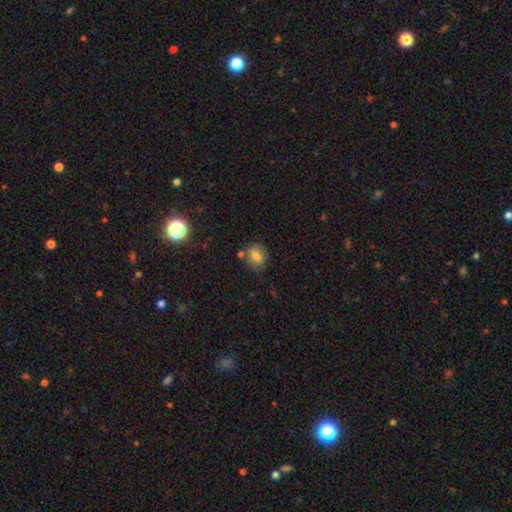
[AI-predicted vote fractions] smooth 73%, featured or disk 14%, star or artifact 12%. Down the decision tree: how rounded — round (50%); merging — none (72%).